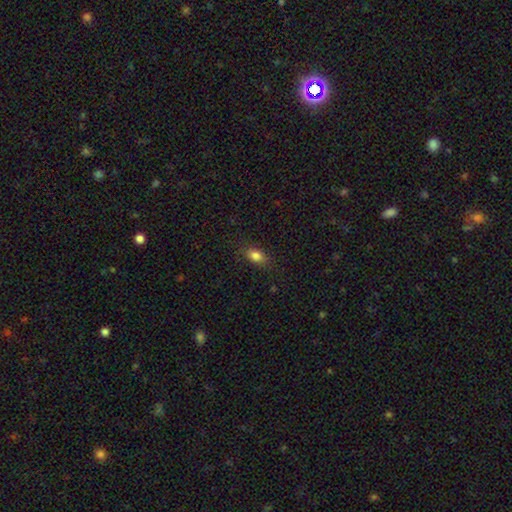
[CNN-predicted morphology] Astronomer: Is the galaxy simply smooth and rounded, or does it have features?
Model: smooth — 84%.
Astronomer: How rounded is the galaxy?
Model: in between — 83%.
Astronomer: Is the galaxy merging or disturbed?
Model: none — 85%.